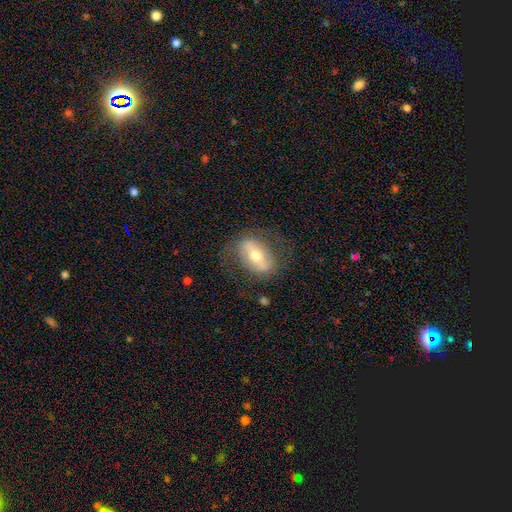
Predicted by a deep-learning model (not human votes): Smooth or featured? Predicted: featured or disk (p=0.60). Edge-on disk? Predicted: no (p=0.87). Bar? Predicted: strong (p=0.52). Spiral arms? Predicted: yes (p=0.51). Bulge size? Predicted: moderate (p=0.68). Merging? Predicted: none (p=0.71).